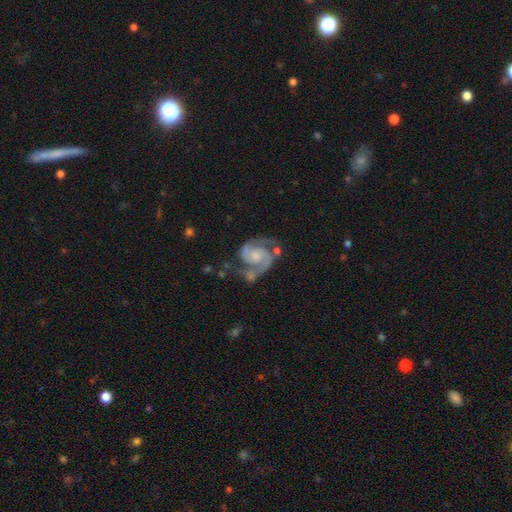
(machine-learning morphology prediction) Smooth or featured: featured or disk — 92% (star or artifact — 4%)
Edge-on disk: no — 98% (yes — 2%)
Bar: no — 60% (weak — 32%)
Spiral arms: yes — 98% (no — 2%)
Spiral winding: medium — 56% (tight — 32%)
Spiral arm count: 2 — 93% (3 — 2%)
Bulge size: small — 42% (moderate — 33%)
Merging: none — 59% (minor disturbance — 21%)